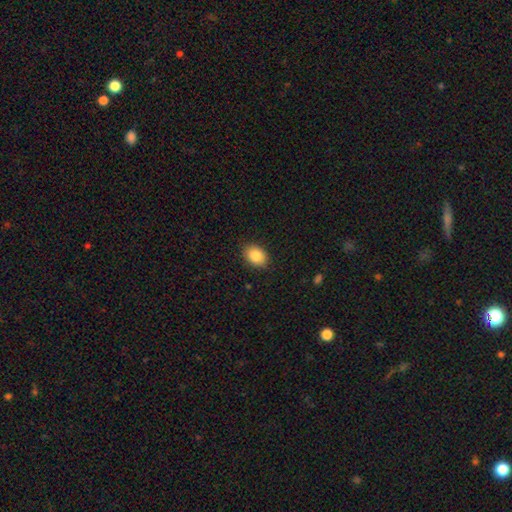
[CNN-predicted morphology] Q: Smooth or featured?
A: smooth (86%); runner-up: star or artifact (8%)
Q: How rounded?
A: in between (71%); runner-up: round (28%)
Q: Merging?
A: none (88%); runner-up: minor disturbance (9%)